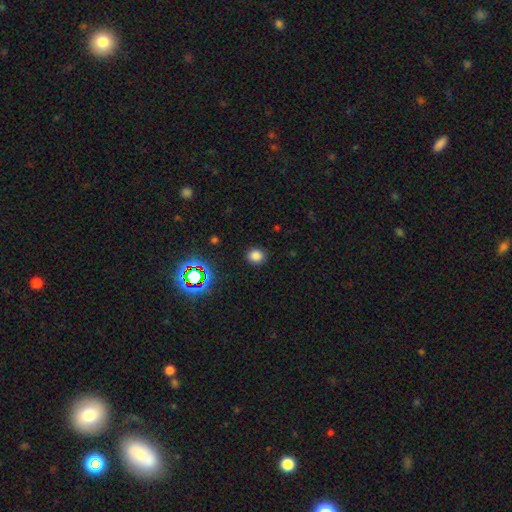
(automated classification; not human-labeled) Q: Smooth or featured?
A: smooth (78%); runner-up: star or artifact (18%)
Q: How rounded?
A: round (80%); runner-up: in between (18%)
Q: Merging?
A: none (89%); runner-up: minor disturbance (7%)